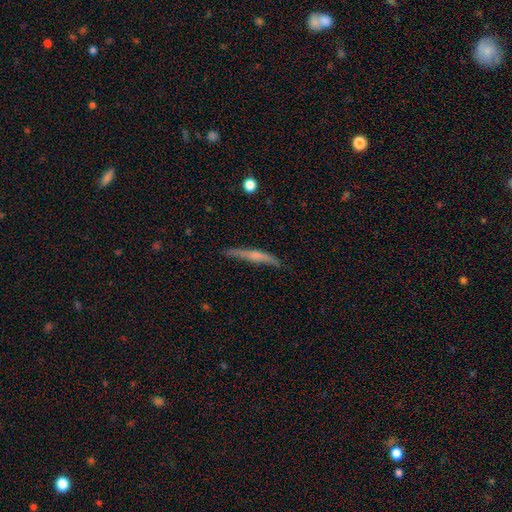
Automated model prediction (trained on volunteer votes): A featured or disk galaxy (52%) viewed edge-on (93%). Merging: none (74%).